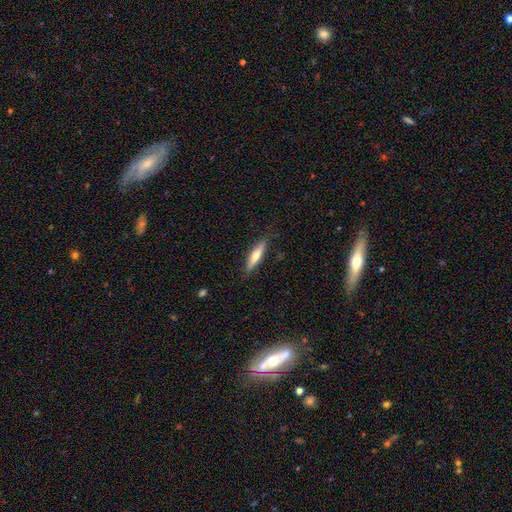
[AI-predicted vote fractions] Morphology: type=smooth (56%); roundness=cigar-shaped (80%); merging=none (81%).